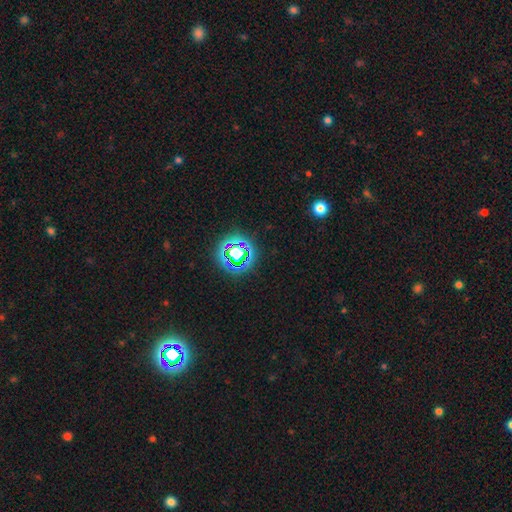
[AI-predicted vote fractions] Morphology: type=star or artifact (74%).